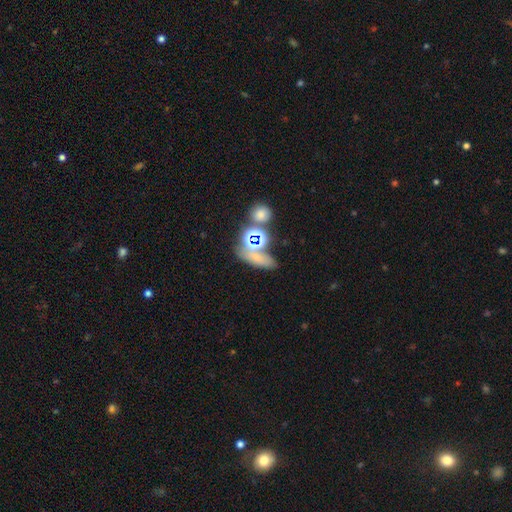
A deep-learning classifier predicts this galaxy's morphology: smooth_or_featured: smooth (p=0.49) [alt: star or artifact p=0.37]
merging: none (p=0.56) [alt: merger p=0.22]